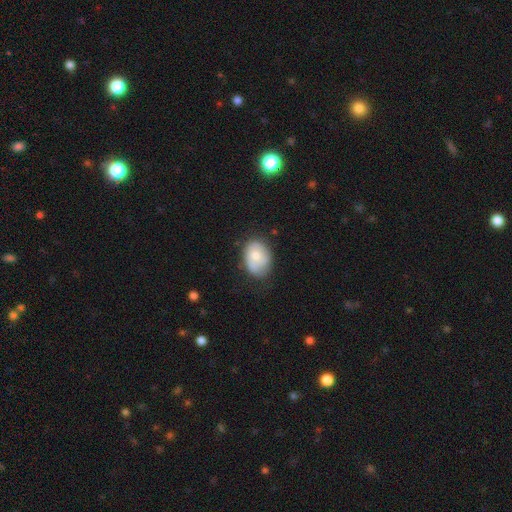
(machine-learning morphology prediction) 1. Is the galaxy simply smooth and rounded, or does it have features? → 69% smooth, 24% featured or disk, 7% star or artifact.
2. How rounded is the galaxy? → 70% in between, 29% round, 1% cigar-shaped.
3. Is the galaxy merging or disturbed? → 62% none, 29% minor disturbance, 8% major disturbance, 2% merger.